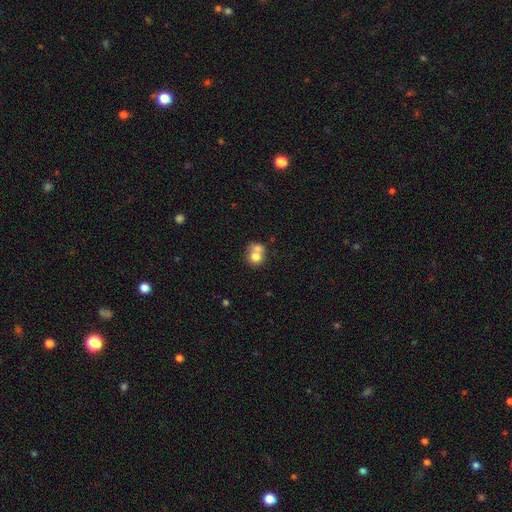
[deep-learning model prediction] Morphology: type=smooth (71%); roundness=round (75%); merging=merger (60%).